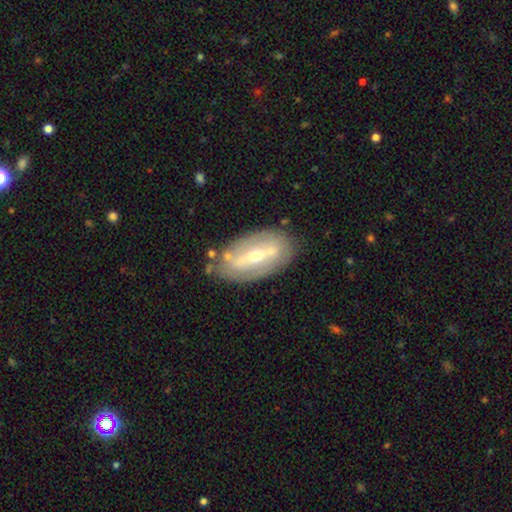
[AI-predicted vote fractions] Smooth or featured? featured or disk (71%)
Edge-on disk? no (83%)
Bar? strong (62%)
Spiral arms? no (57%)
Bulge size? moderate (52%)
Merging? none (78%)